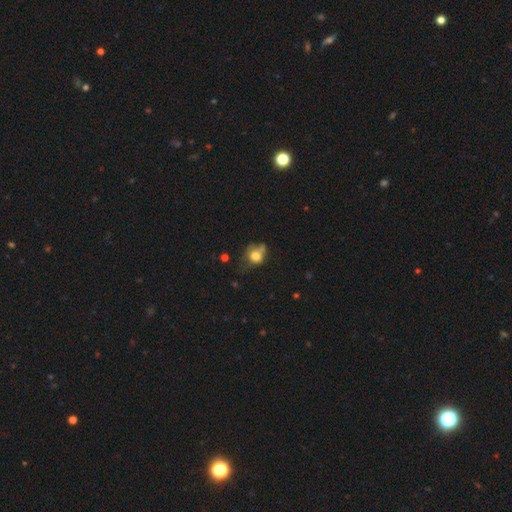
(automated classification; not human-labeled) smooth 74%, featured or disk 15%, star or artifact 11%. Down the decision tree: how rounded — round (64%); merging — none (38%).